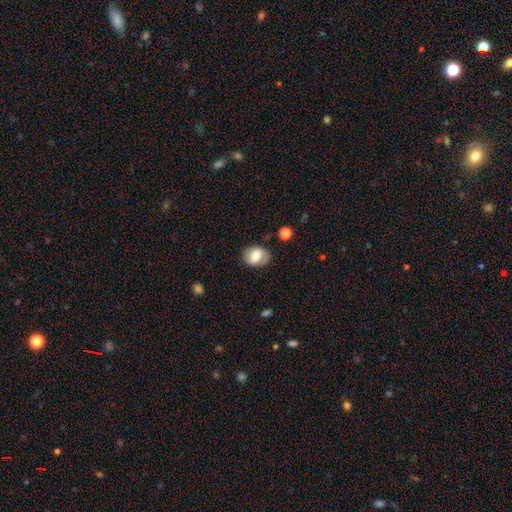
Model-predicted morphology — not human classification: Smooth or featured? Predicted: smooth (p=0.73). How rounded? Predicted: in between (p=0.64). Merging? Predicted: none (p=0.80).